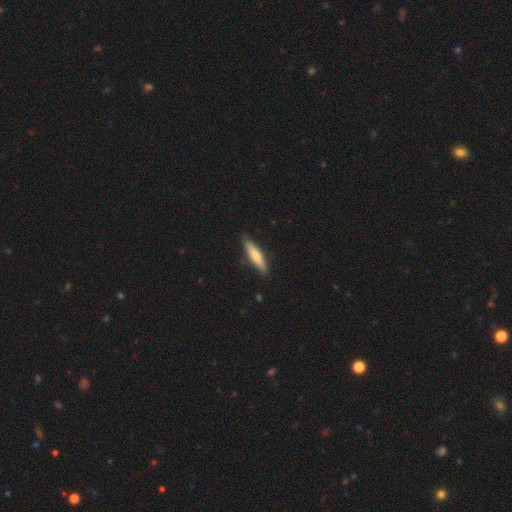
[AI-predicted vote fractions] smooth 65%, featured or disk 30%, star or artifact 5%. Down the decision tree: how rounded — cigar-shaped (85%); merging — none (88%).